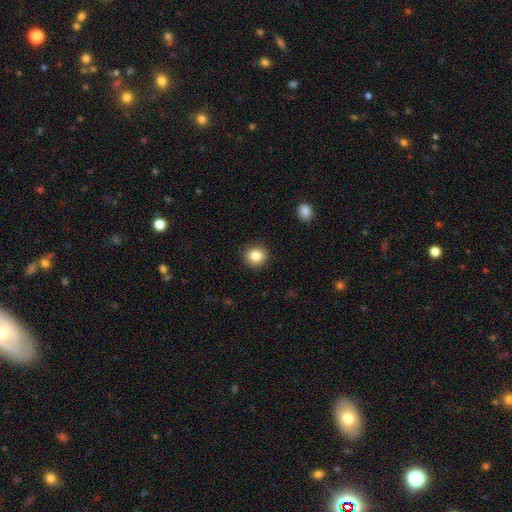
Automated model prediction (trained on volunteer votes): smooth-or-featured: smooth: 85% | star or artifact: 10% | featured or disk: 5%
  how-rounded: round: 86% | in between: 13% | cigar-shaped: 1%
  merging: none: 90% | minor disturbance: 7% | major disturbance: 2% | merger: 1%